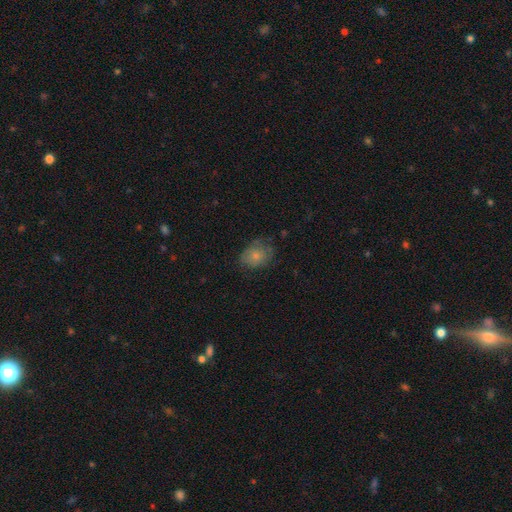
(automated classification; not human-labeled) Q: Smooth or featured?
A: smooth (76%); runner-up: featured or disk (15%)
Q: How rounded?
A: in between (60%); runner-up: round (39%)
Q: Merging?
A: none (64%); runner-up: minor disturbance (25%)